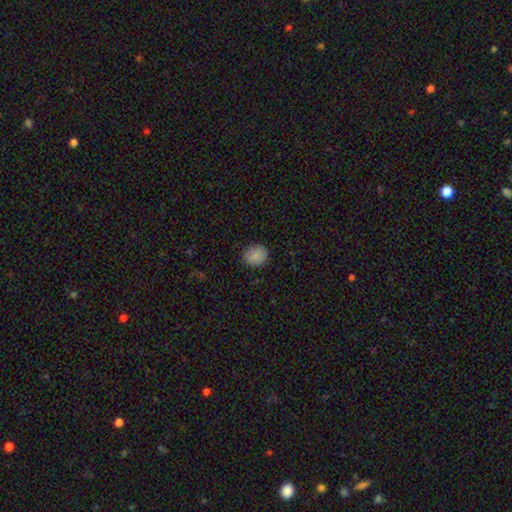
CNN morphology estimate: smooth-or-featured: smooth: 87% | star or artifact: 9% | featured or disk: 4%
  how-rounded: round: 73% | in between: 26% | cigar-shaped: 1%
  merging: none: 87% | minor disturbance: 9% | major disturbance: 2% | merger: 1%